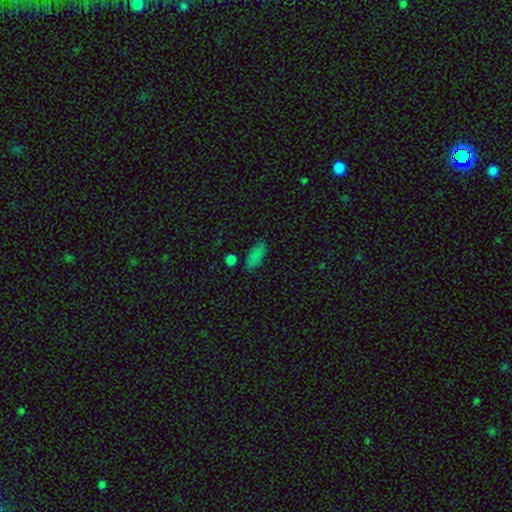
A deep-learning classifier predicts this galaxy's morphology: Smooth or featured? smooth (80%)
How rounded? in between (84%)
Merging? none (76%)